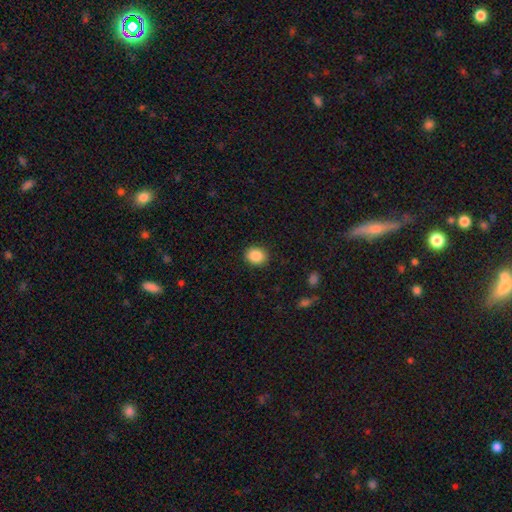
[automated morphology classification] smooth_or_featured: smooth (p=0.88) [alt: star or artifact p=0.08]
how_rounded: round (p=0.56) [alt: in between p=0.44]
merging: none (p=0.90) [alt: minor disturbance p=0.07]